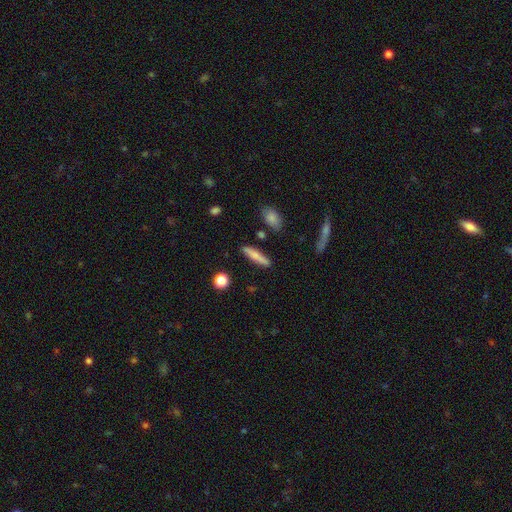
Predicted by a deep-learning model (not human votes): smooth 70%, featured or disk 23%, star or artifact 7%. Down the decision tree: how rounded — cigar-shaped (83%); merging — none (85%).